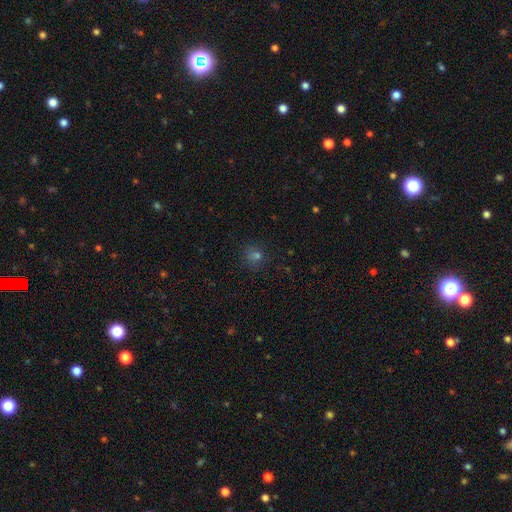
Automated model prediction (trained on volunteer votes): Smooth or featured: smooth — 66% (star or artifact — 26%)
How rounded: round — 84% (in between — 15%)
Merging: none — 82% (minor disturbance — 12%)